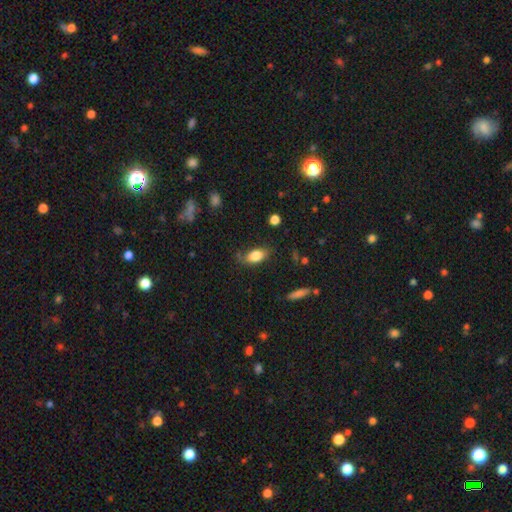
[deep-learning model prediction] Smooth or featured? Predicted: smooth (p=0.81). How rounded? Predicted: in between (p=0.89). Merging? Predicted: none (p=0.68).